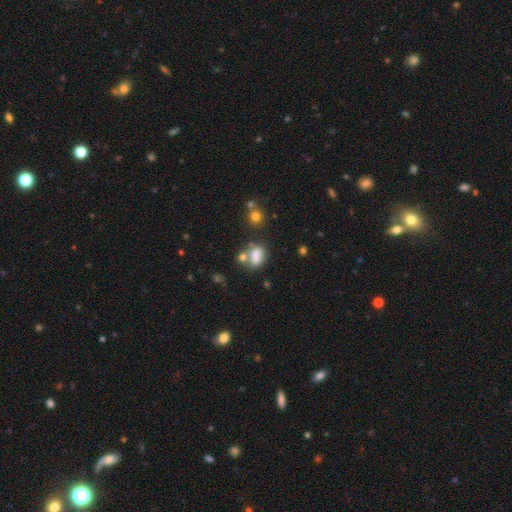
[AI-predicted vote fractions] Overall: smooth (74%). How rounded: in between (75%). Merging: none (46%; merger 27%).